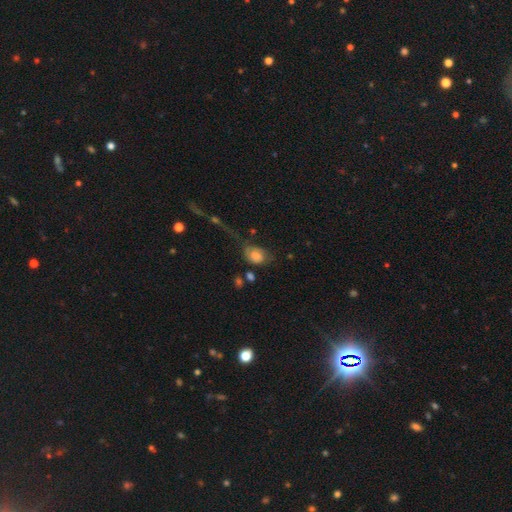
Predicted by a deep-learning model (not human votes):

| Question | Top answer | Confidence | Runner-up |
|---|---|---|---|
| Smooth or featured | smooth | 69% | featured or disk (21%) |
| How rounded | in between | 63% | round (35%) |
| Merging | none | 35% | major disturbance (30%) |